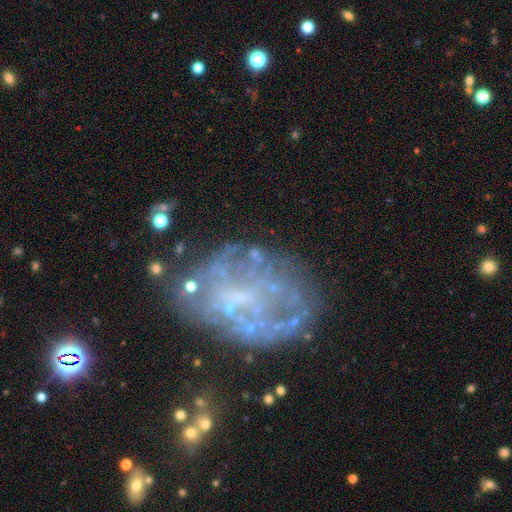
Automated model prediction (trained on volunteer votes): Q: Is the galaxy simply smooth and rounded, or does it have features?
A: featured or disk — 58%.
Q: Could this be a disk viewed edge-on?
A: no — 97%.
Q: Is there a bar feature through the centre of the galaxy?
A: no — 80%.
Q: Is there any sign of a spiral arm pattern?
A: no — 80%.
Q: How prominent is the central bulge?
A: none — 63%.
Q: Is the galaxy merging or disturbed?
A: none — 55%.